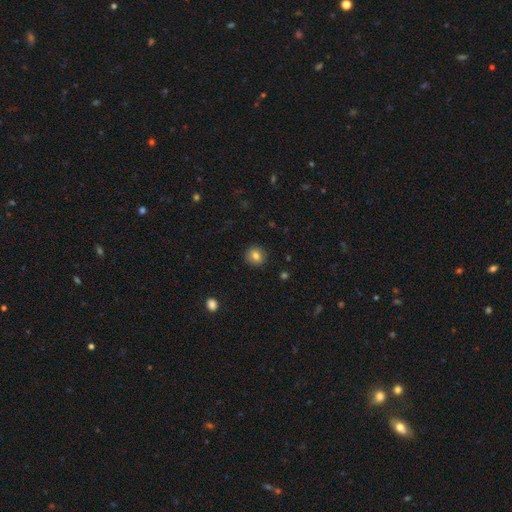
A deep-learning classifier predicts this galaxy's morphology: Smooth or featured?
  - smooth: 80% *
  - star or artifact: 10%
  - featured or disk: 10%
How rounded?
  - round: 89% *
  - in between: 10%
  - cigar-shaped: 1%
Merging?
  - none: 90% *
  - minor disturbance: 7%
  - major disturbance: 2%
  - merger: 1%